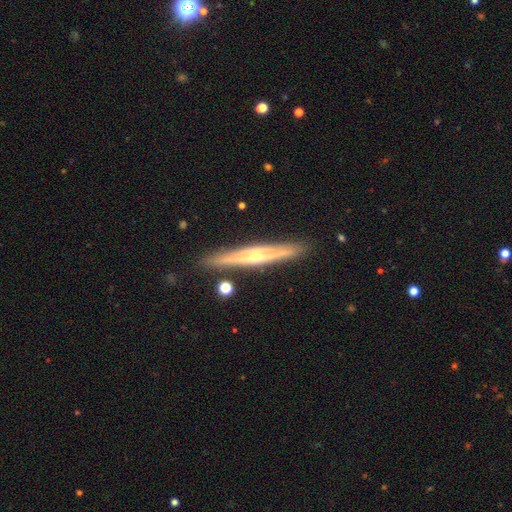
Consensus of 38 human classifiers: smooth_or_featured: featured or disk (p=0.82) [alt: smooth p=0.16]
disk_edge_on: yes (p=0.97) [alt: no p=0.03]
edge_on_bulge: rounded (p=0.90) [alt: none p=0.07]
merging: none (p=0.92) [alt: merger p=0.05]